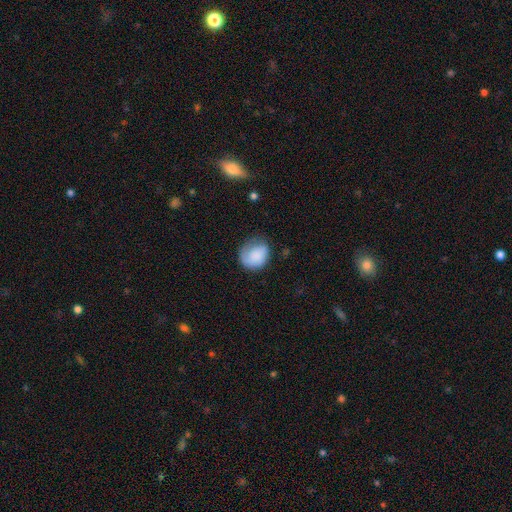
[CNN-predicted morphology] smooth 78%, featured or disk 15%, star or artifact 7%. Down the decision tree: how rounded — round (67%); merging — none (52%).